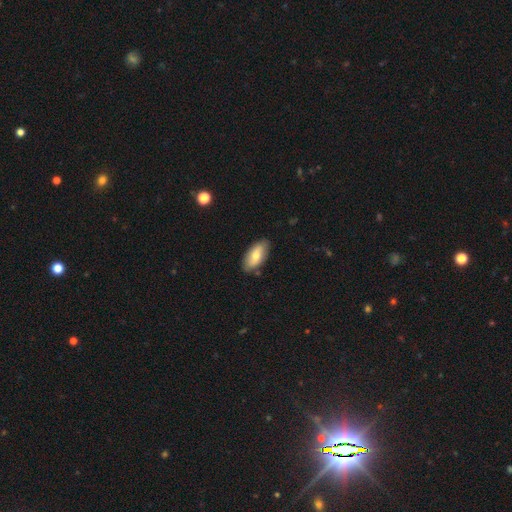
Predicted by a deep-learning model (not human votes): A smooth galaxy with no disk features (69%) that is in between round and cigar-shaped (91%). Merging: none (82%).